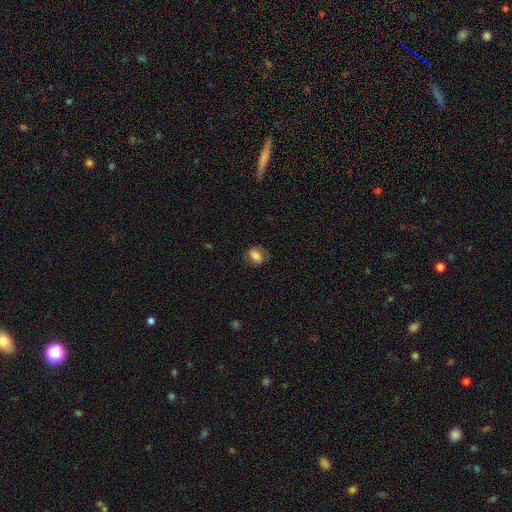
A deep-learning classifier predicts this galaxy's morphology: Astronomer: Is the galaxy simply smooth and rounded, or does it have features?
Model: smooth — 73%.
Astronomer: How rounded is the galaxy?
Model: in between — 77%.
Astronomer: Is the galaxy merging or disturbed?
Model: none — 64%.